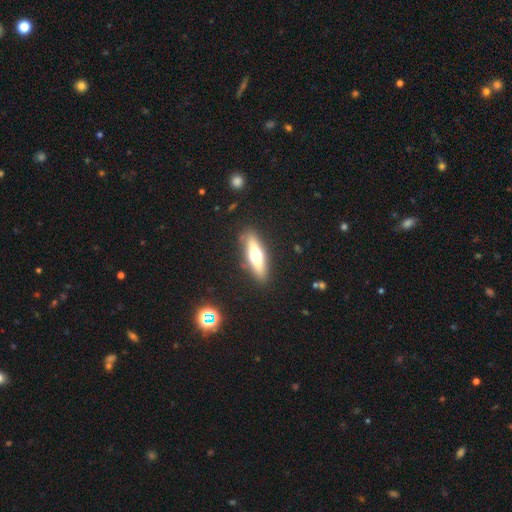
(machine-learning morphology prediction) This is possibly a featured or disk galaxy (51%). It is clearly viewed edge-on (87%). Merging: clearly none (86%).